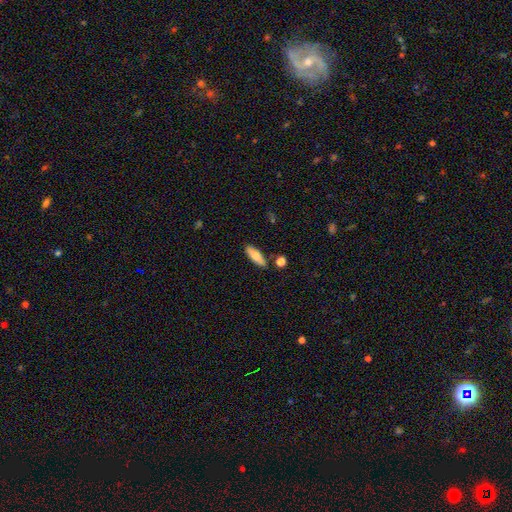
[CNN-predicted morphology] This appears to be a smooth galaxy with no disk features (76%) that is in between round and cigar-shaped (53%). Merging: none (82%).